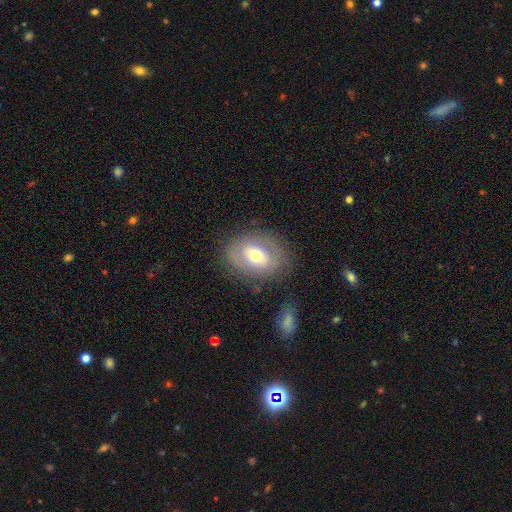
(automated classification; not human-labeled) Smooth or featured?
  - smooth: 51% *
  - featured or disk: 40%
  - star or artifact: 9%
How rounded?
  - in between: 64% *
  - round: 34%
  - cigar-shaped: 1%
Merging?
  - none: 76% *
  - minor disturbance: 15%
  - major disturbance: 7%
  - merger: 2%